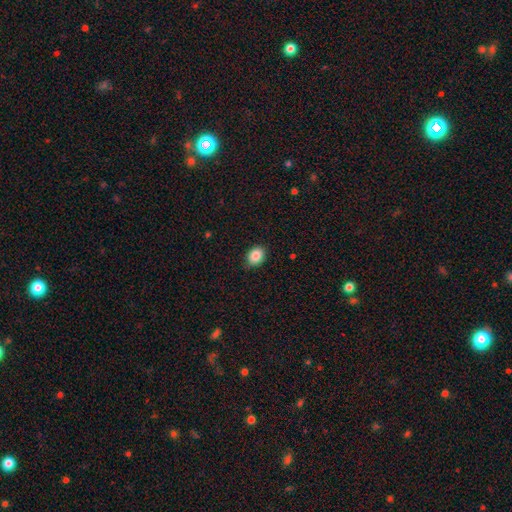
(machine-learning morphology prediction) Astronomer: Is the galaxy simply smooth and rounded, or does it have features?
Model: smooth — 86%.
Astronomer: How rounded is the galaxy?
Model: in between — 55% (runner-up: round, 44%).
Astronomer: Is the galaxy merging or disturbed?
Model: none — 82%.